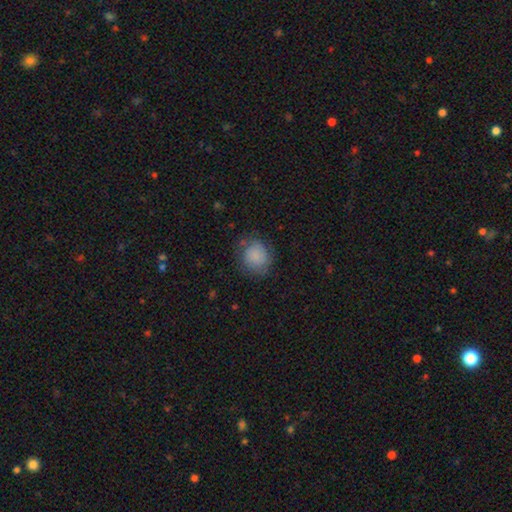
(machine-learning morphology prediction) A smooth galaxy with no disk features (80%) that is round (81%).

Vote fractions:
- Smooth or featured? smooth: 80% / featured or disk: 12% / star or artifact: 8%
- How rounded? round: 81% / in between: 18% / cigar-shaped: 1%
- Merging? none: 72% / minor disturbance: 19% / major disturbance: 7% / merger: 1%